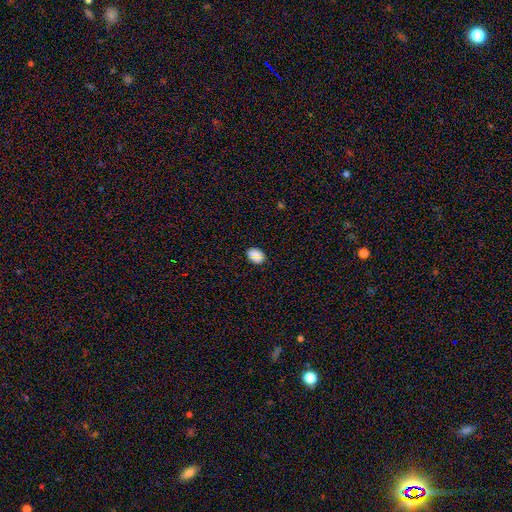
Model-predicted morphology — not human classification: Smooth or featured: smooth — 78% (star or artifact — 16%)
How rounded: in between — 70% (round — 28%)
Merging: none — 84% (minor disturbance — 11%)